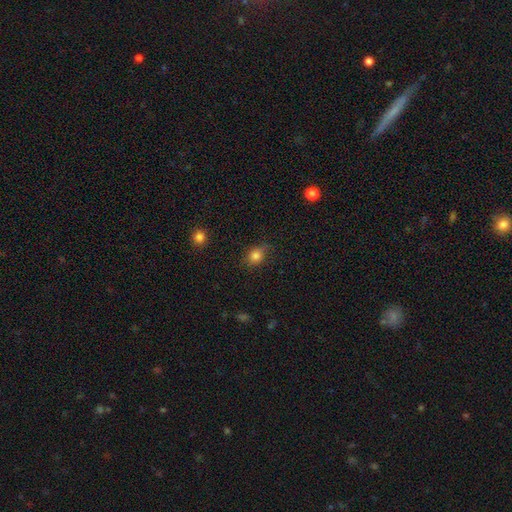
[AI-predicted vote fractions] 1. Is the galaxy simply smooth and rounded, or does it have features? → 82% smooth, 12% star or artifact, 6% featured or disk.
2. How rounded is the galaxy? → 58% round, 41% in between, 1% cigar-shaped.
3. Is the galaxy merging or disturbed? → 72% none, 21% minor disturbance, 5% major disturbance, 2% merger.